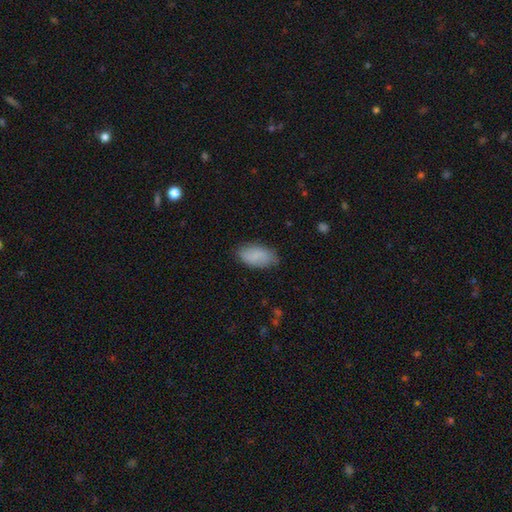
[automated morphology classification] This appears to be a smooth galaxy with no disk features (84%) that is in between round and cigar-shaped (94%). Merging: none (79%).